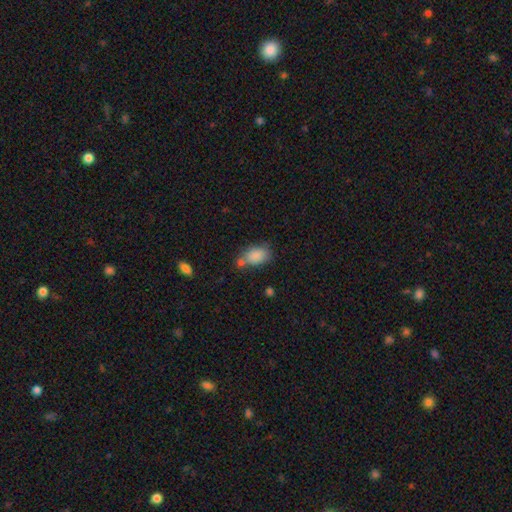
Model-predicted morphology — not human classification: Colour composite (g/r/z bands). It shows a smooth galaxy with no disk features (85%) that is in between round and cigar-shaped (85%). Merging: none (52%).